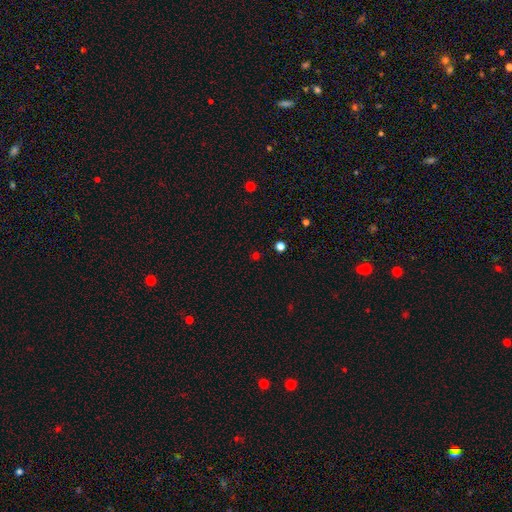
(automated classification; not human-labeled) Morphology: type=smooth (54%); roundness=round (89%); merging=none (87%).